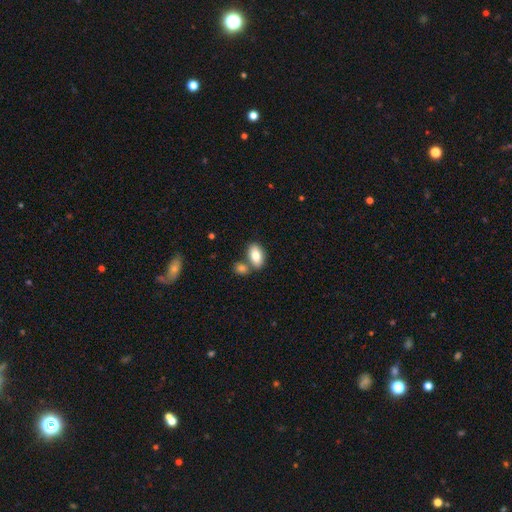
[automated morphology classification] This is clearly a smooth galaxy (82%). How rounded: clearly in between (91%). Merging: possibly none (58%).